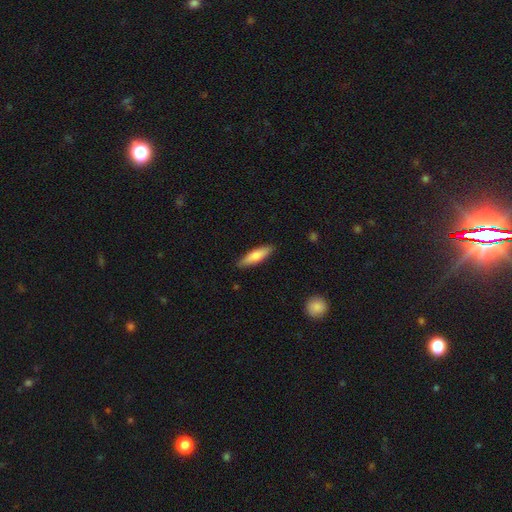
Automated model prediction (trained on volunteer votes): smooth 73%, featured or disk 22%, star or artifact 6%. Down the decision tree: how rounded — cigar-shaped (67%); merging — none (88%).